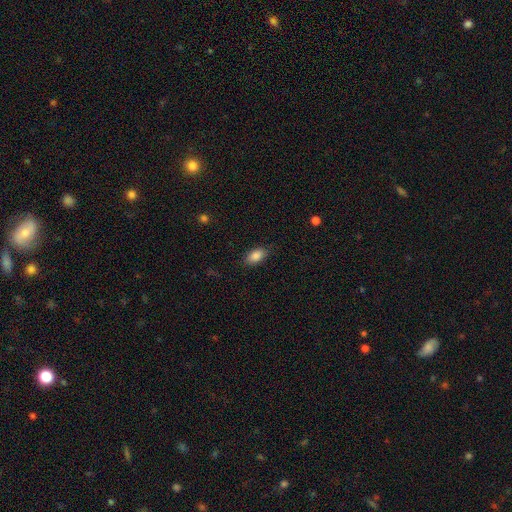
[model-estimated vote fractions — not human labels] Q: Smooth or featured?
A: smooth (87%); runner-up: star or artifact (8%)
Q: How rounded?
A: in between (91%); runner-up: round (5%)
Q: Merging?
A: none (85%); runner-up: minor disturbance (11%)